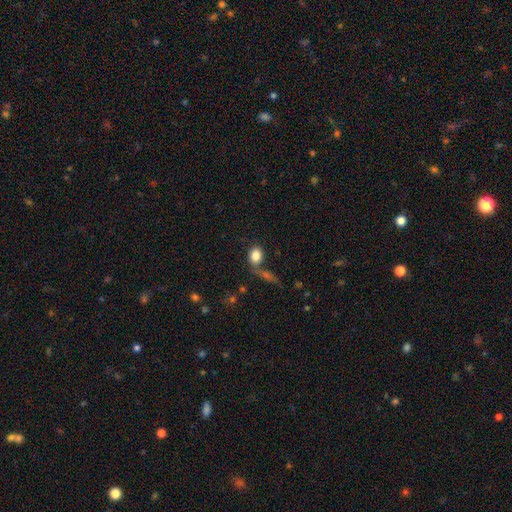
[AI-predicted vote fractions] smooth_or_featured: smooth (p=0.83) [alt: star or artifact p=0.09]
how_rounded: in between (p=0.55) [alt: round p=0.43]
merging: none (p=0.60) [alt: merger p=0.20]